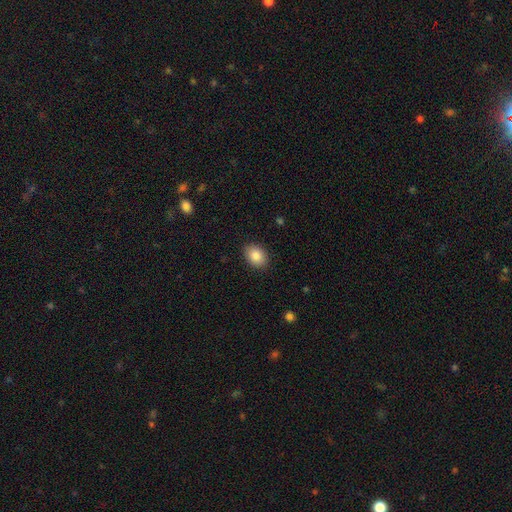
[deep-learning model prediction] Morphology: type=smooth (86%); roundness=in between (71%); merging=none (88%).